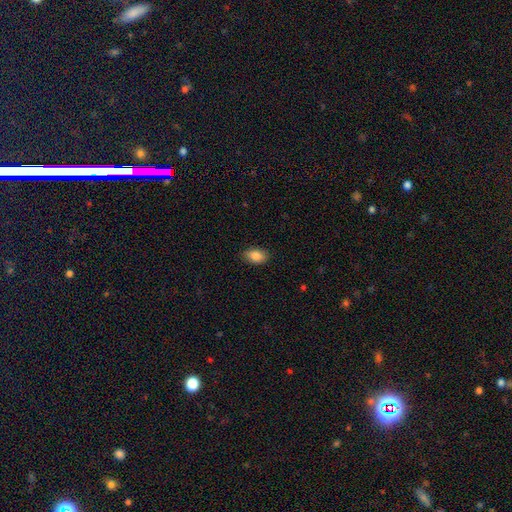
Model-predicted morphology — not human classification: Overall: smooth (87%). How rounded: in between (89%). Merging: none (86%).